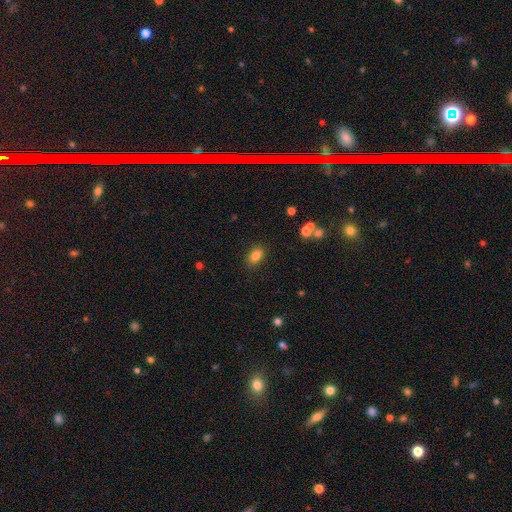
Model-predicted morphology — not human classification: This is clearly a smooth galaxy (82%). How rounded: clearly in between (85%). Merging: clearly none (85%).